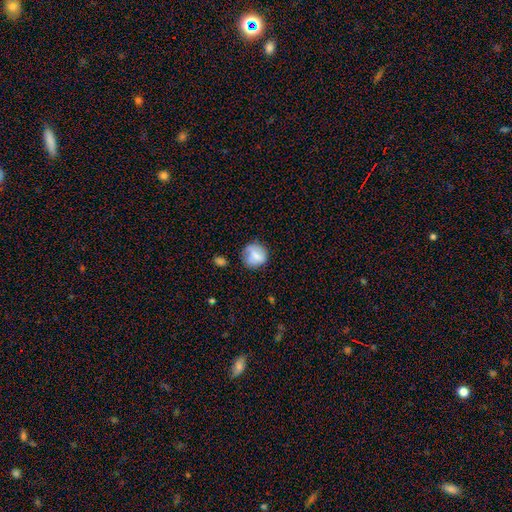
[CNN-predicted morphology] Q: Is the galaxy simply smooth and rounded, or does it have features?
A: smooth — 68%.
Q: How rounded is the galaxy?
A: round — 81%.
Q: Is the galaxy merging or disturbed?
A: none — 64%.